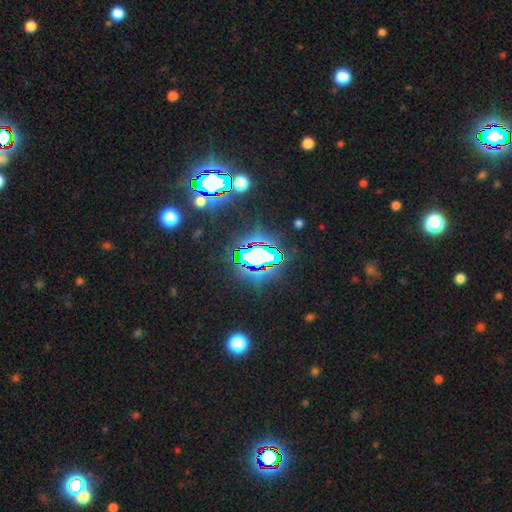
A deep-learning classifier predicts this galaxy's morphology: smooth_or_featured: star or artifact (p=0.68) [alt: smooth p=0.20]